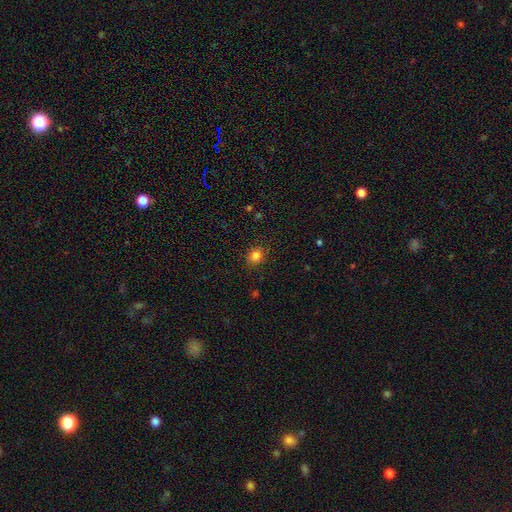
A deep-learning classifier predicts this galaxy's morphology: Overall: smooth (83%). How rounded: round (78%). Merging: none (86%).